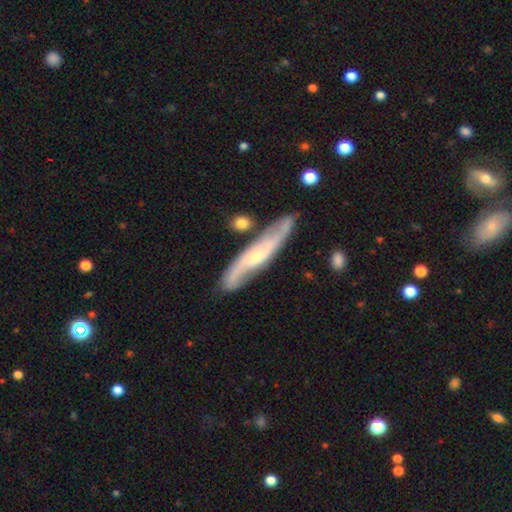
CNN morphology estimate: Smooth or featured? Predicted: featured or disk (p=0.73). Edge-on disk? Predicted: no (p=0.65). Merging? Predicted: none (p=0.75).